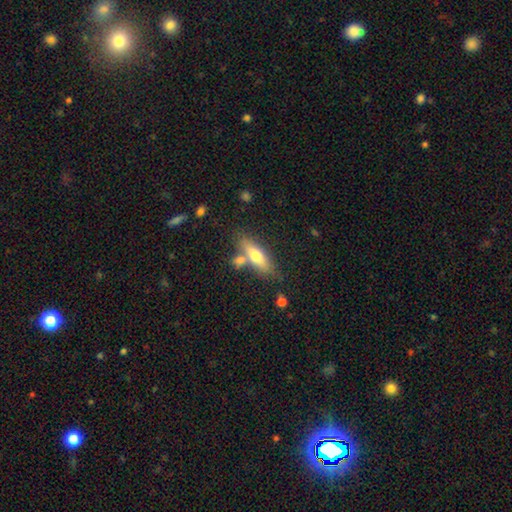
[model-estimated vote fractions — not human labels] Morphology: type=smooth (63%); roundness=cigar-shaped (50%); merging=none (64%).